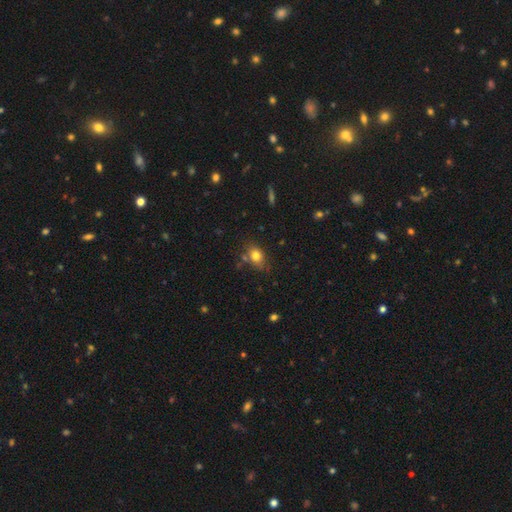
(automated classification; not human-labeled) Smooth or featured? smooth (80%)
How rounded? in between (66%)
Merging? none (69%)